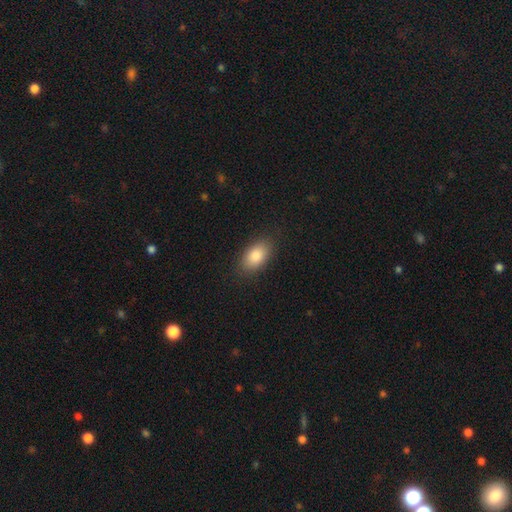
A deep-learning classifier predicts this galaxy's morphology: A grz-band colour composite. It shows a smooth galaxy with no disk features (84%) that is in between round and cigar-shaped (91%). Merging: none (86%).